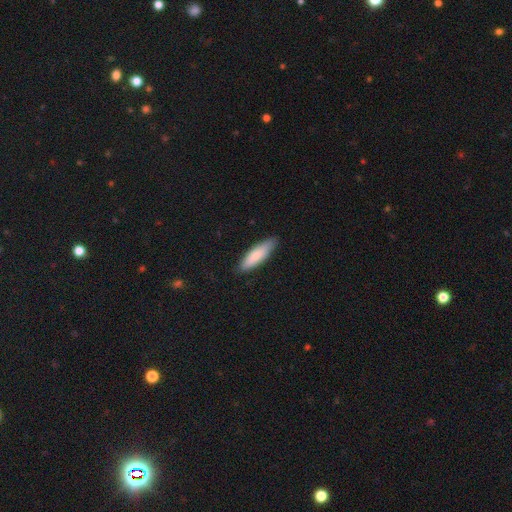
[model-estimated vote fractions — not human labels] A smooth galaxy with no disk features (82%) that is cigar-shaped (57%).

Vote fractions:
- Smooth or featured? smooth: 82% / featured or disk: 13% / star or artifact: 5%
- How rounded? cigar-shaped: 57% / in between: 41% / round: 1%
- Merging? none: 85% / minor disturbance: 12% / major disturbance: 2% / merger: 1%